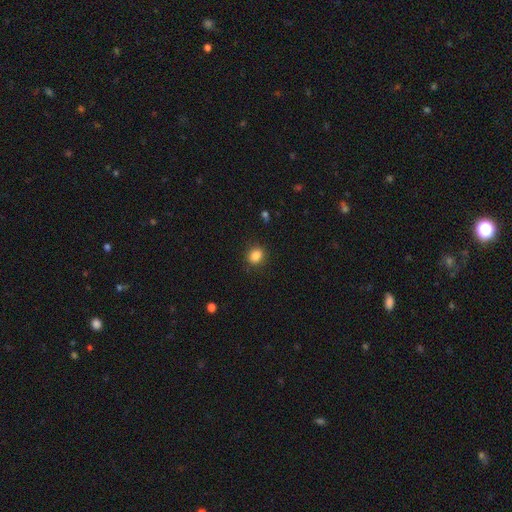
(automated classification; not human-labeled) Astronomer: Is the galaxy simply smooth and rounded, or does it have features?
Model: smooth — 86%.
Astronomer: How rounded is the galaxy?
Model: round — 55% (runner-up: in between, 44%).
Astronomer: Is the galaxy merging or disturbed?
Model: none — 86%.